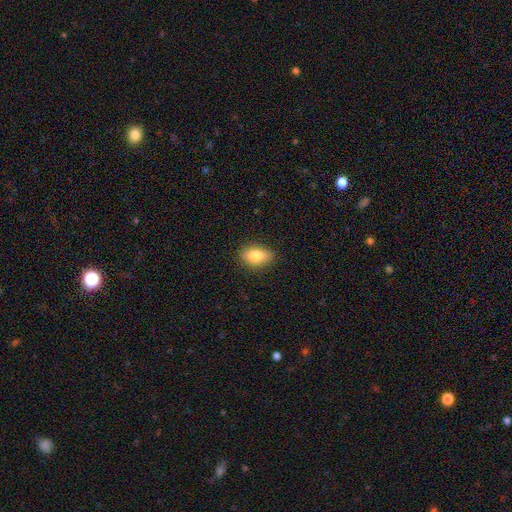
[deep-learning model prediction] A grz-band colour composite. It shows a smooth galaxy with no disk features (82%) that is in between round and cigar-shaped (85%). Merging: none (85%).